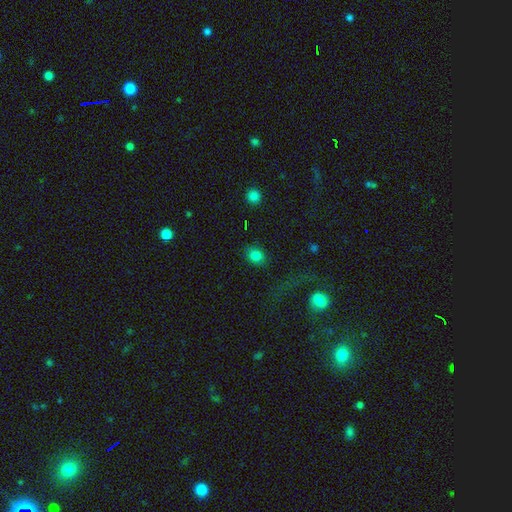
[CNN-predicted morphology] The model was most divided on "how rounded": round: 53%, in between: 46%, cigar-shaped: 1%. More confident: merging — none (83%); smooth or featured — smooth (82%).